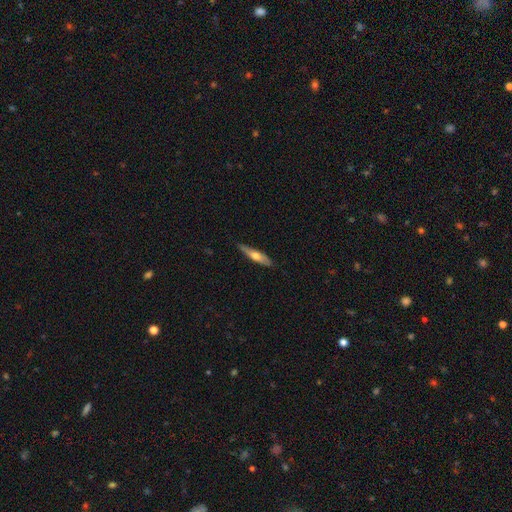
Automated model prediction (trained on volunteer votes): The model was most divided on "smooth or featured": smooth: 50%, featured or disk: 45%, star or artifact: 5%. More confident: merging — none (82%).